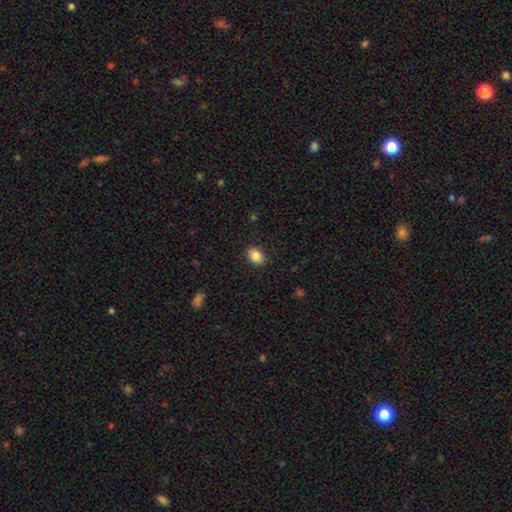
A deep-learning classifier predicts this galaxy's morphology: Q: Smooth or featured?
A: smooth (86%); runner-up: star or artifact (9%)
Q: How rounded?
A: in between (64%); runner-up: round (35%)
Q: Merging?
A: none (88%); runner-up: minor disturbance (9%)